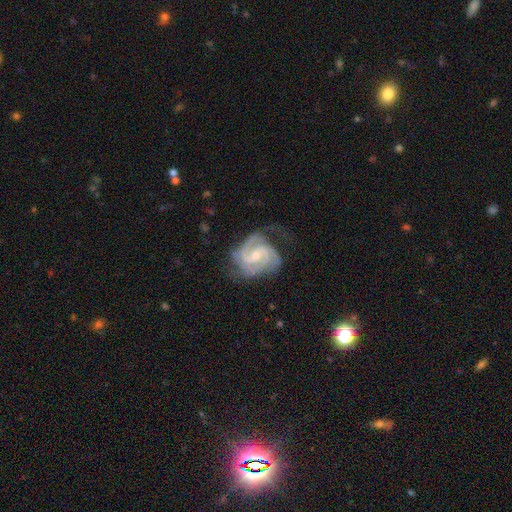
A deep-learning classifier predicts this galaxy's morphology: type=featured or disk (91%); edge-on=no (98%); bar=weak (52%); spiral arms=yes (98%); winding=tight (55%); arm count=2 (40%); bulge=small (57%); merging=none (61%).